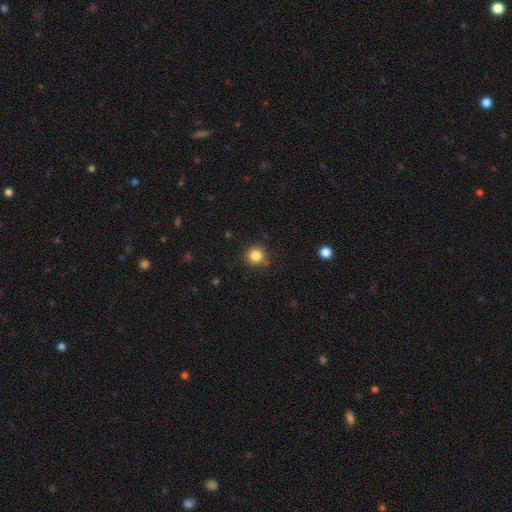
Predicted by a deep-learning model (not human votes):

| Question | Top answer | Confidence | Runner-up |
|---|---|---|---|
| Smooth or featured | smooth | 84% | star or artifact (11%) |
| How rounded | round | 94% | in between (5%) |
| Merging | none | 86% | minor disturbance (8%) |